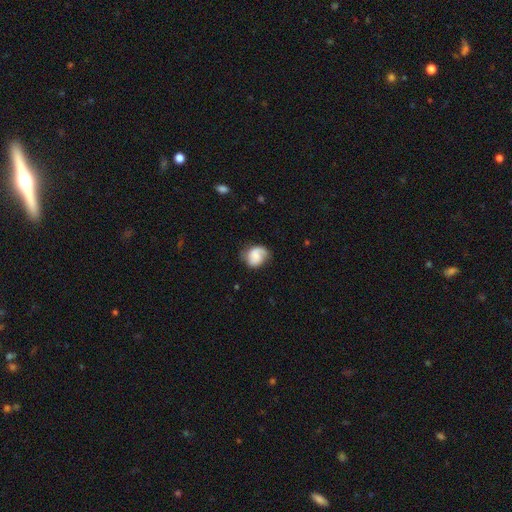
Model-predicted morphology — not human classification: smooth 50%, featured or disk 42%, star or artifact 8%. Down the decision tree: merging — none (57%).